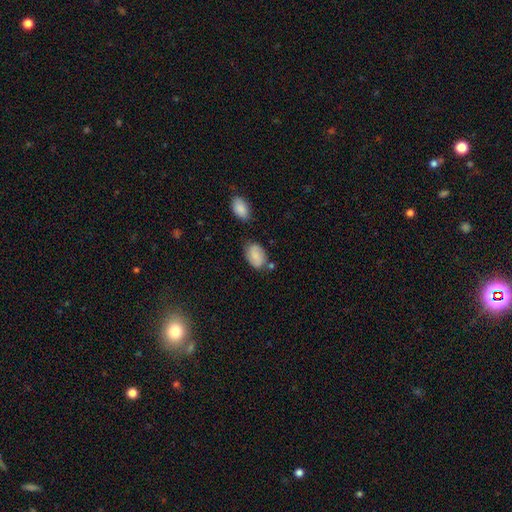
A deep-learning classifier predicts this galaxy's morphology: type=smooth (77%); roundness=in between (88%); merging=none (65%).